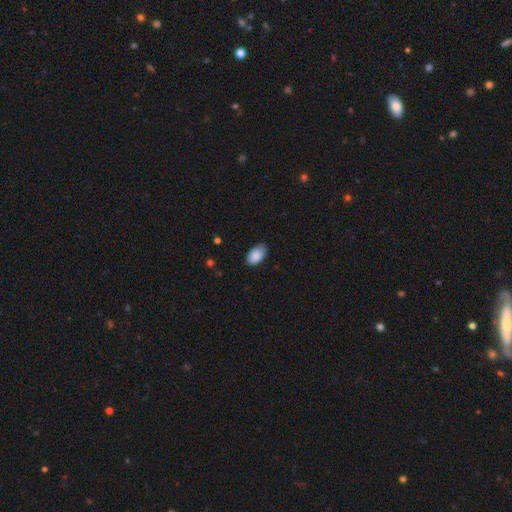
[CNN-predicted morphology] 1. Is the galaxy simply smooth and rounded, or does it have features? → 89% smooth, 7% star or artifact, 5% featured or disk.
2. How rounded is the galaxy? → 93% in between, 5% round, 1% cigar-shaped.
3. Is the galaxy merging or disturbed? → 76% none, 20% minor disturbance, 3% major disturbance, 1% merger.